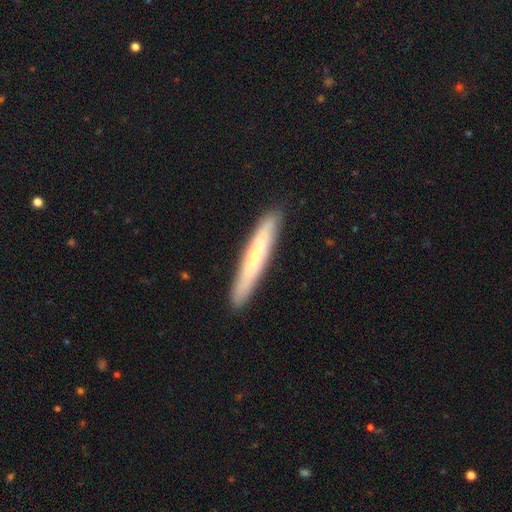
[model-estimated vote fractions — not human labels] smooth 56%, featured or disk 38%, star or artifact 6%. Down the decision tree: how rounded — cigar-shaped (95%); merging — none (90%).